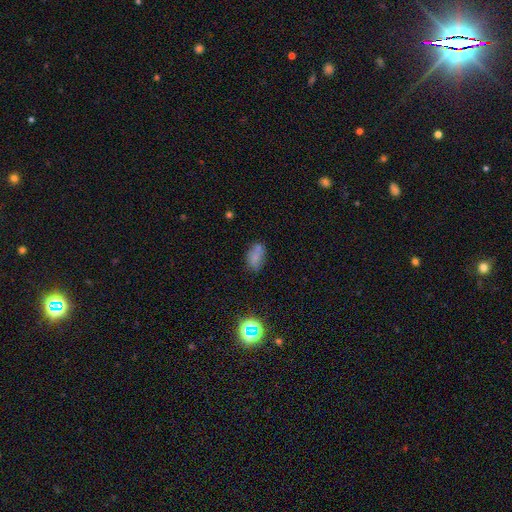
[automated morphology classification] Smooth or featured?
  - smooth: 70% *
  - star or artifact: 16%
  - featured or disk: 14%
How rounded?
  - in between: 88% *
  - round: 9%
  - cigar-shaped: 3%
Merging?
  - none: 60% *
  - minor disturbance: 21%
  - merger: 13%
  - major disturbance: 7%